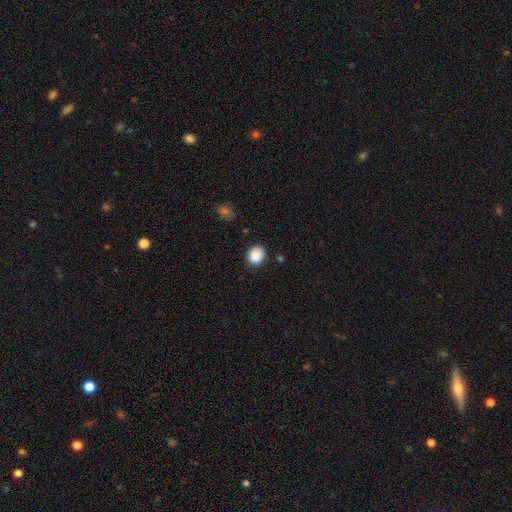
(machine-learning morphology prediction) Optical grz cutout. It shows a smooth galaxy with no disk features (88%) that is round (72%). Merging: none (81%).